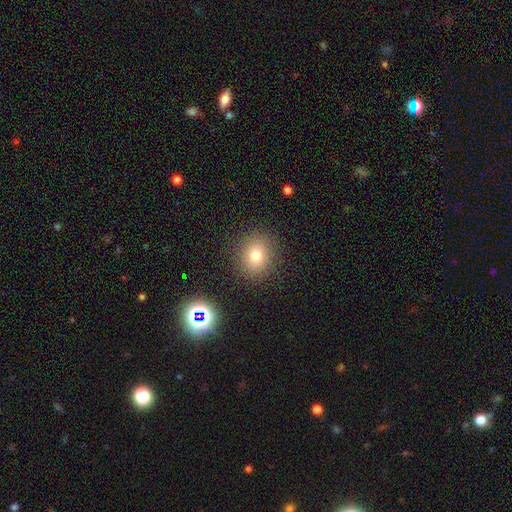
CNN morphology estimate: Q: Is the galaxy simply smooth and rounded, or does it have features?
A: smooth — 76%.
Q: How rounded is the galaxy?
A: round — 77%.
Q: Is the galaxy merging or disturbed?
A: none — 88%.